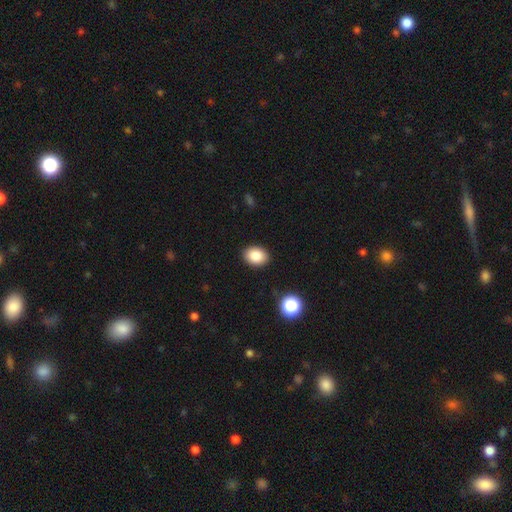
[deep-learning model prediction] The model was most divided on "how rounded": in between: 68%, round: 31%, cigar-shaped: 1%. More confident: merging — none (90%); smooth or featured — smooth (85%).